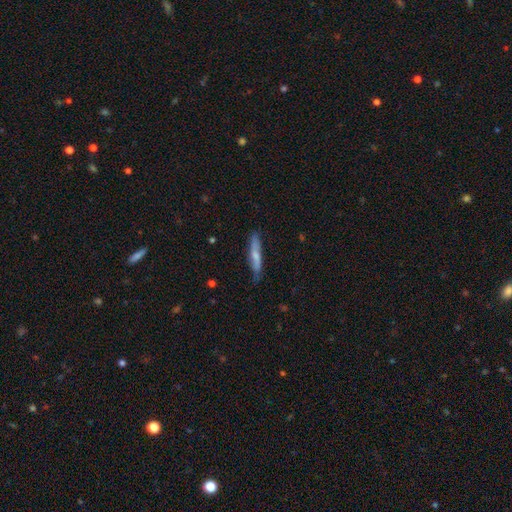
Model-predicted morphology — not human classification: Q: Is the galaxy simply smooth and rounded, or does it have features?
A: smooth — 57%.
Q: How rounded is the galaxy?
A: cigar-shaped — 90%.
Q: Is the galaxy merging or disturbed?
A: none — 78%.